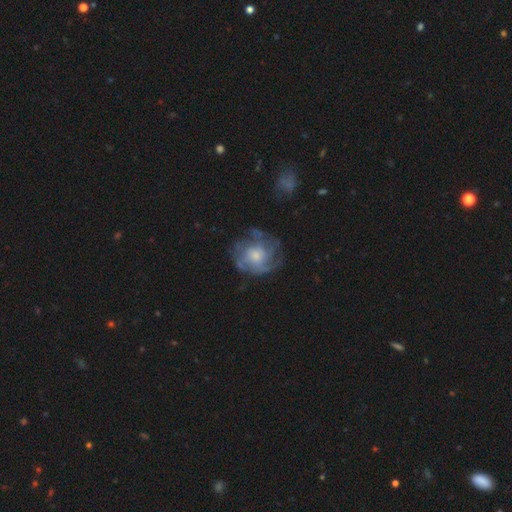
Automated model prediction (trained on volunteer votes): This is likely a featured or disk galaxy (63%). It is clearly not viewed edge-on (98%). Bar: clearly no (83%). Spiral arm pattern: likely yes (71%). Central bulge: possibly small (49%). Merging: possibly none (60%).